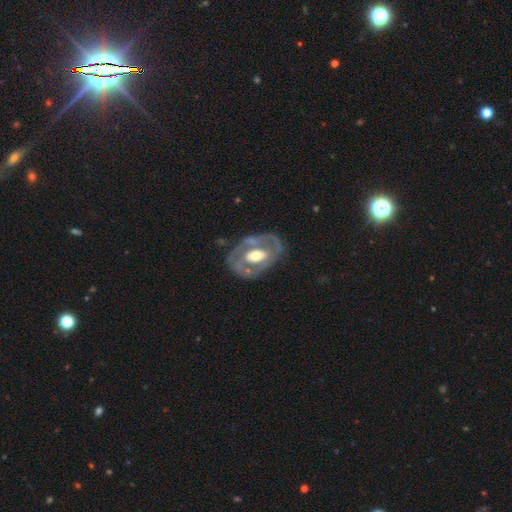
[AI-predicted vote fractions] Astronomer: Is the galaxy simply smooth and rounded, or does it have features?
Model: featured or disk — 70%.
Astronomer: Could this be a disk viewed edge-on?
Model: no — 94%.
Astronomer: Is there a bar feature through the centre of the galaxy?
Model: no — 54%.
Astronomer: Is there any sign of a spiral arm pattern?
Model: no — 61% (runner-up: yes, 39%).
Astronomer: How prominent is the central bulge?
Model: moderate — 57%.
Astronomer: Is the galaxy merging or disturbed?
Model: none — 64%.